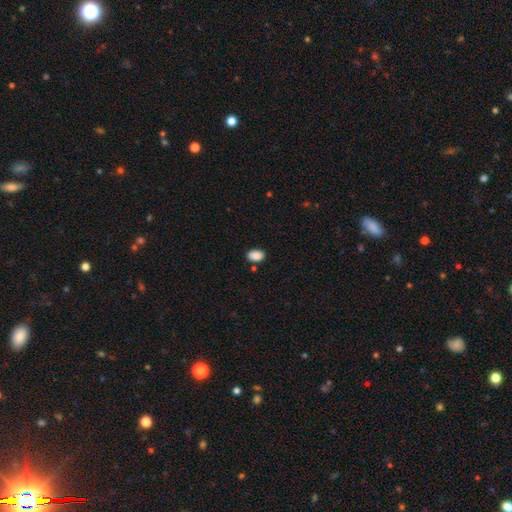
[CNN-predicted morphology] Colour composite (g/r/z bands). It shows a smooth galaxy with no disk features (89%) that is in between round and cigar-shaped (87%). Merging: none (83%).